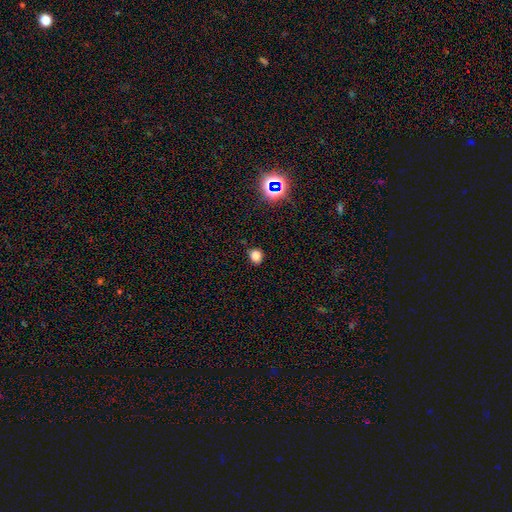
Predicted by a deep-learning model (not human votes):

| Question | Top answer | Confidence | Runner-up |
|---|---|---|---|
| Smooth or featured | smooth | 80% | star or artifact (16%) |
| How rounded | round | 71% | in between (28%) |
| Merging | none | 83% | minor disturbance (12%) |